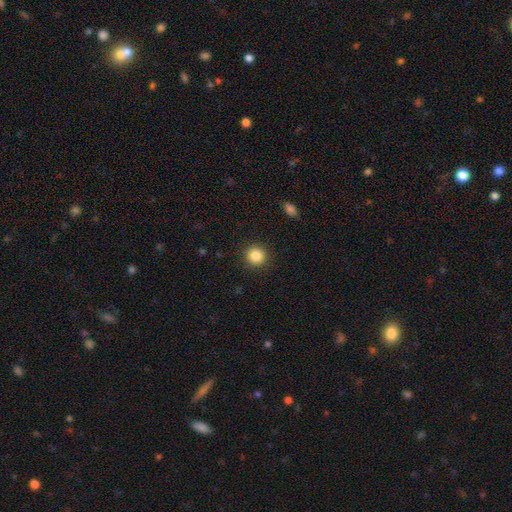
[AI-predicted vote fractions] Morphology: type=smooth (86%); roundness=round (93%); merging=none (91%).